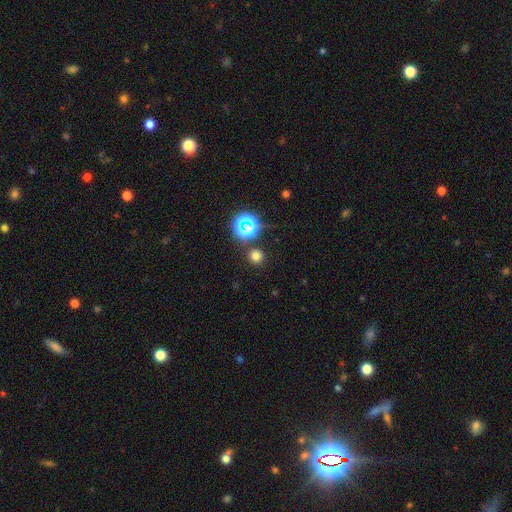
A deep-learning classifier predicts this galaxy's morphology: Smooth or featured: smooth — 70% (star or artifact — 25%)
How rounded: round — 94% (in between — 5%)
Merging: none — 87% (minor disturbance — 6%)